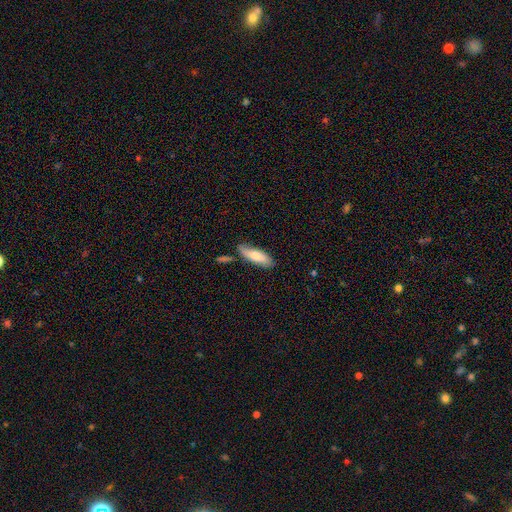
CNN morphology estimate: This is likely a smooth galaxy (72%). How rounded: possibly in between (54%). Merging: likely none (72%).